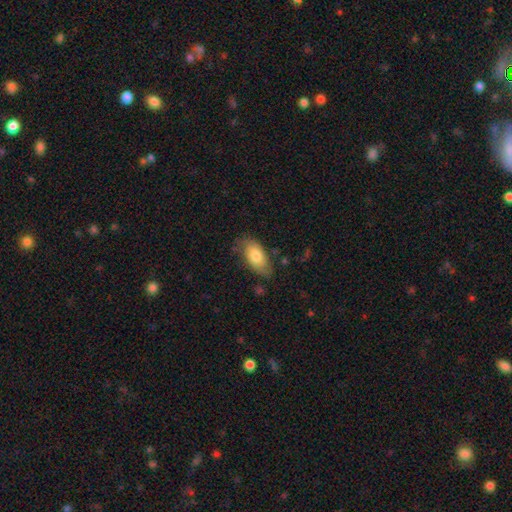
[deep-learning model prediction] A smooth galaxy with no disk features (76%) that is in between round and cigar-shaped (92%).

Vote fractions:
- Smooth or featured? smooth: 76% / featured or disk: 18% / star or artifact: 6%
- How rounded? in between: 92% / cigar-shaped: 5% / round: 3%
- Merging? none: 66% / minor disturbance: 25% / major disturbance: 6% / merger: 2%